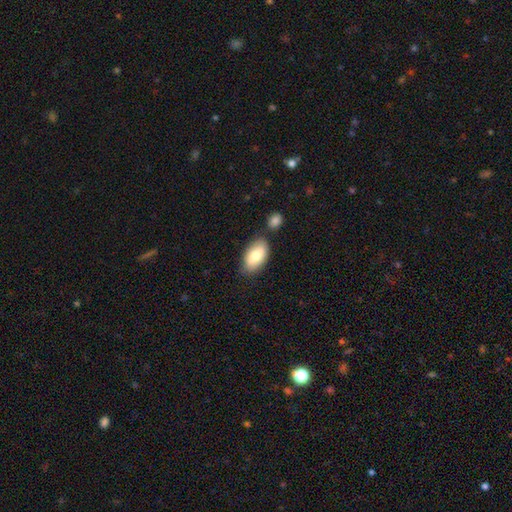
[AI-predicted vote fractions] Q: Smooth or featured?
A: smooth (81%); runner-up: featured or disk (13%)
Q: How rounded?
A: in between (94%); runner-up: round (3%)
Q: Merging?
A: none (69%); runner-up: minor disturbance (15%)